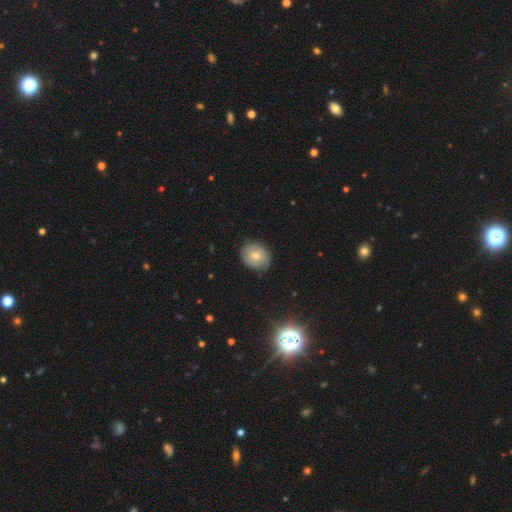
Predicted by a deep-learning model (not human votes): smooth-or-featured: smooth: 67% | featured or disk: 24% | star or artifact: 9%
  how-rounded: round: 66% | in between: 33% | cigar-shaped: 1%
  merging: none: 80% | minor disturbance: 16% | major disturbance: 3% | merger: 1%